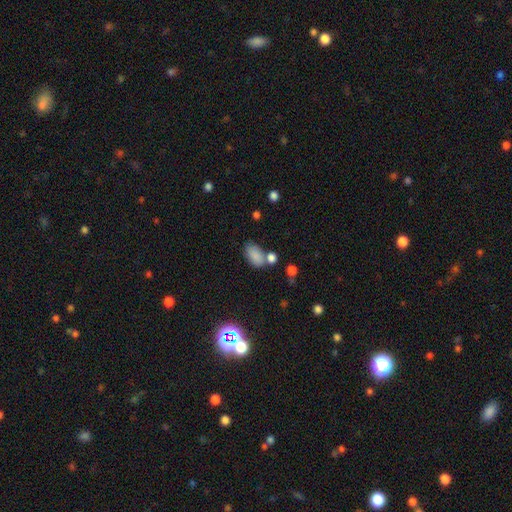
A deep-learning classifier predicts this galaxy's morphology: Smooth or featured: smooth — 83% (star or artifact — 11%)
How rounded: in between — 91% (round — 7%)
Merging: none — 57% (merger — 20%)